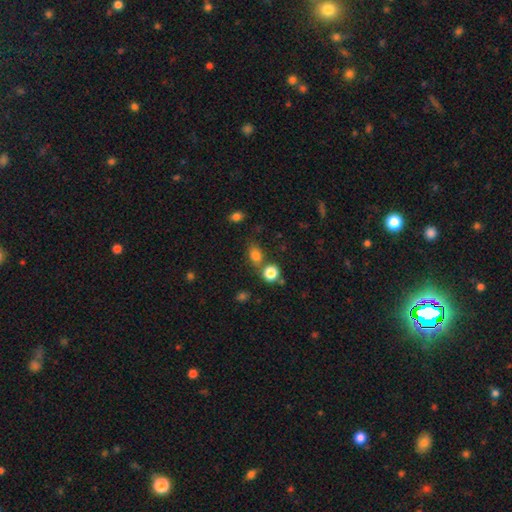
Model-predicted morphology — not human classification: type=smooth (78%); roundness=in between (57%); merging=none (63%).